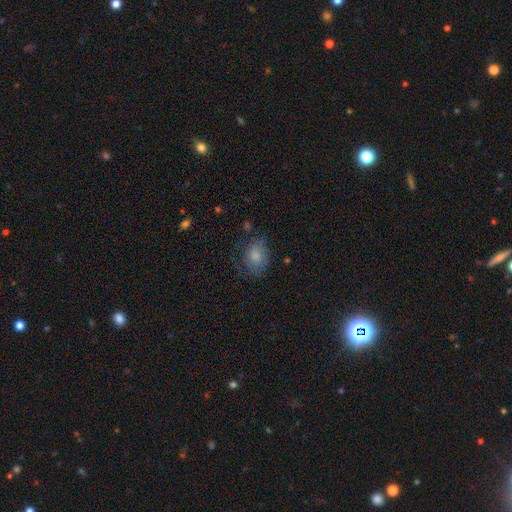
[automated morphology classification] Q: Smooth or featured?
A: smooth (73%); runner-up: featured or disk (18%)
Q: How rounded?
A: in between (57%); runner-up: round (42%)
Q: Merging?
A: none (55%); runner-up: minor disturbance (27%)